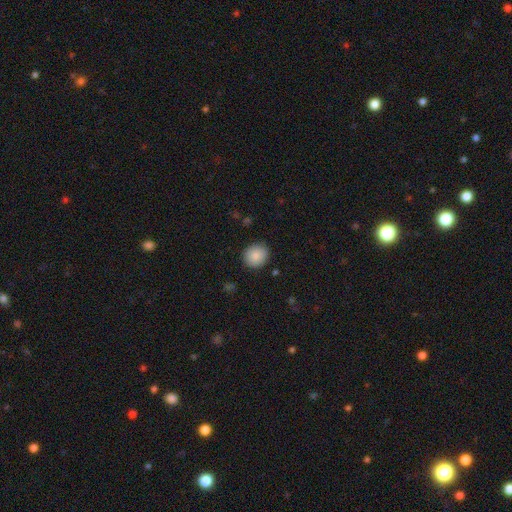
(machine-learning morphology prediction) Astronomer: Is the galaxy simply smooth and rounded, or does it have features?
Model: smooth — 88%.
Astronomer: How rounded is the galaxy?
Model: round — 84%.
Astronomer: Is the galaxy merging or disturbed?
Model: none — 87%.